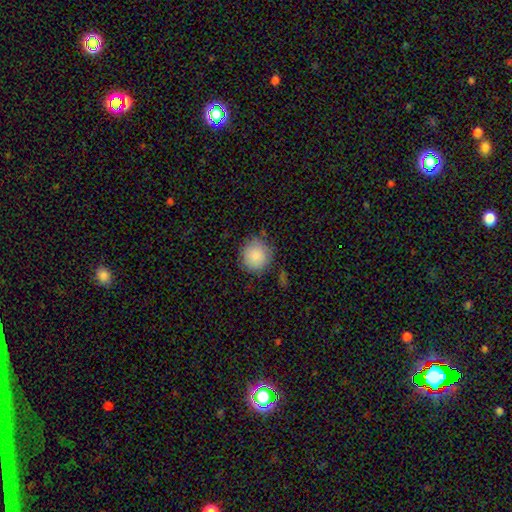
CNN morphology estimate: smooth-or-featured: smooth: 88% | star or artifact: 8% | featured or disk: 5%
  how-rounded: round: 91% | in between: 8% | cigar-shaped: 1%
  merging: none: 81% | minor disturbance: 13% | major disturbance: 4% | merger: 3%